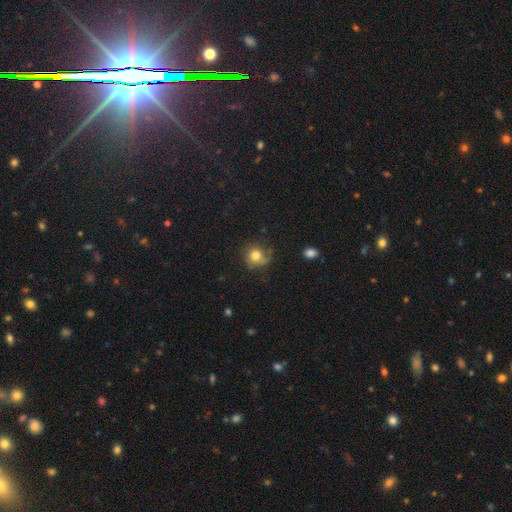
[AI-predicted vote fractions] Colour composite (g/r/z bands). It shows a smooth galaxy with no disk features (72%) that is round (84%). Merging: none (62%).